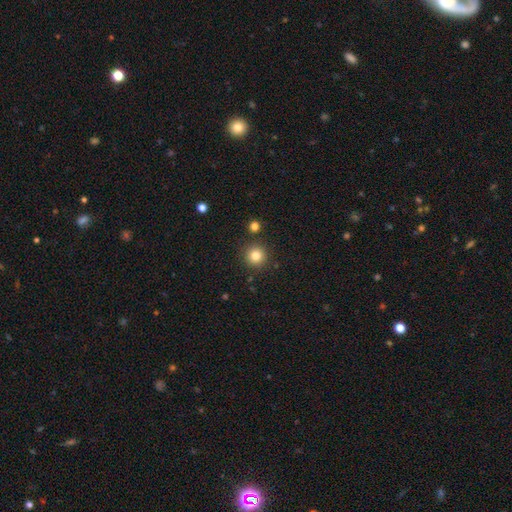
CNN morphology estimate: Smooth or featured?
  - smooth: 82% *
  - star or artifact: 12%
  - featured or disk: 6%
How rounded?
  - round: 95% *
  - in between: 4%
  - cigar-shaped: 1%
Merging?
  - none: 88% *
  - minor disturbance: 6%
  - merger: 4%
  - major disturbance: 2%